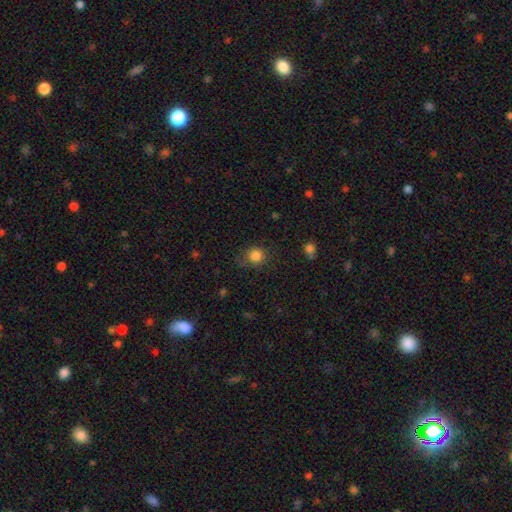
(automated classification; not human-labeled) Overall: smooth (84%). How rounded: round (85%). Merging: none (74%).